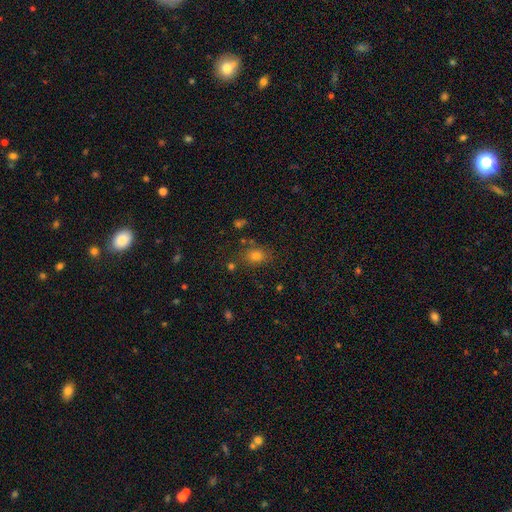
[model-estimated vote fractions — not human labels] The model was most divided on "how rounded": in between: 52%, round: 46%, cigar-shaped: 2%. More confident: merging — none (76%); smooth or featured — smooth (69%).